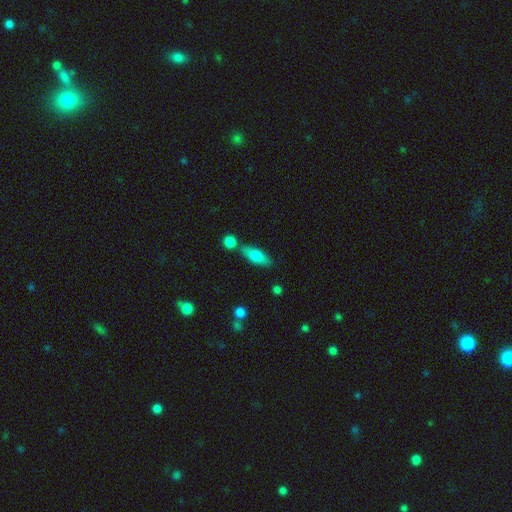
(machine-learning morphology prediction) smooth_or_featured: smooth (p=0.69) [alt: featured or disk p=0.24]
how_rounded: in between (p=0.65) [alt: cigar-shaped p=0.32]
merging: none (p=0.69) [alt: merger p=0.15]